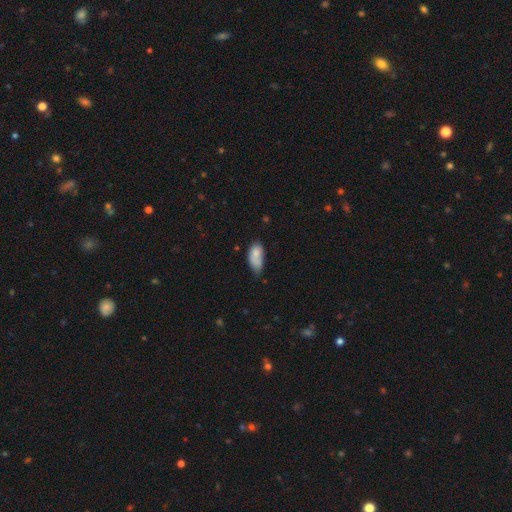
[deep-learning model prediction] A smooth galaxy with no disk features (80%) that is in between round and cigar-shaped (91%). Merging: minor disturbance (42%).